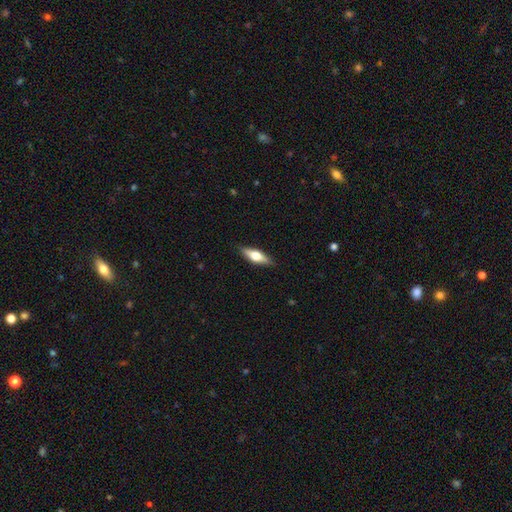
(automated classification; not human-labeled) A featured or disk galaxy (49%).

Vote fractions:
- Smooth or featured? featured or disk: 49% / smooth: 45% / star or artifact: 6%
- Merging? none: 88% / minor disturbance: 9% / major disturbance: 2% / merger: 1%